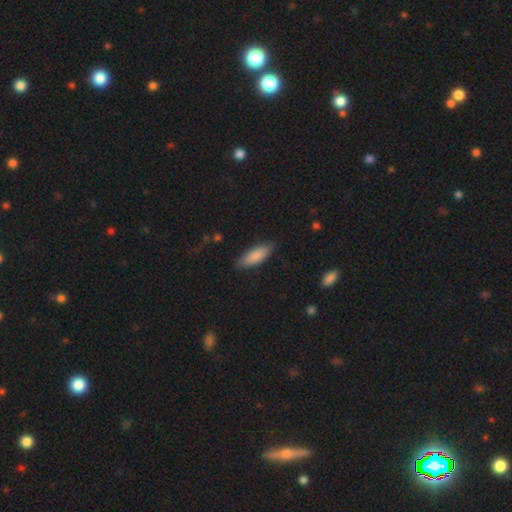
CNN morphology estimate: Smooth or featured? smooth (85%)
How rounded? in between (67%)
Merging? none (82%)